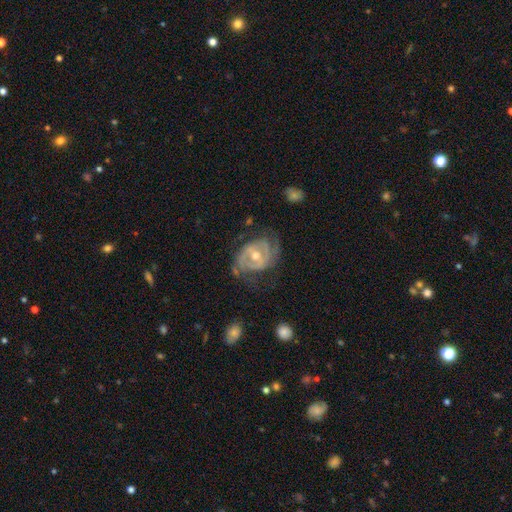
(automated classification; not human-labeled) This appears to be a featured or disk galaxy (81%) with a weak bar (43%), 2 (60%) tight (47%) spiral arms (83%) and a moderate central bulge (67%). Merging: none (58%).